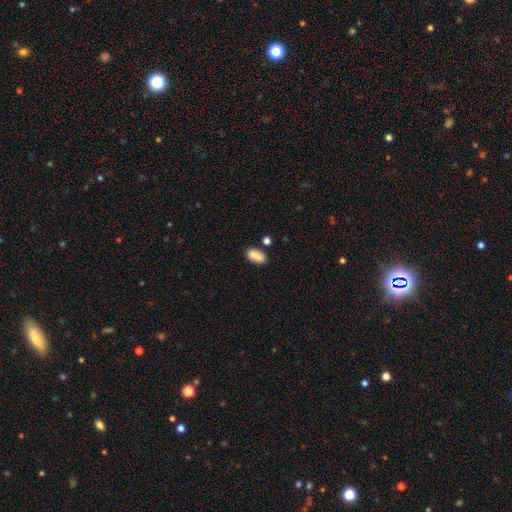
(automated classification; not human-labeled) smooth 87%, star or artifact 8%, featured or disk 5%. Down the decision tree: how rounded — in between (90%); merging — none (79%).